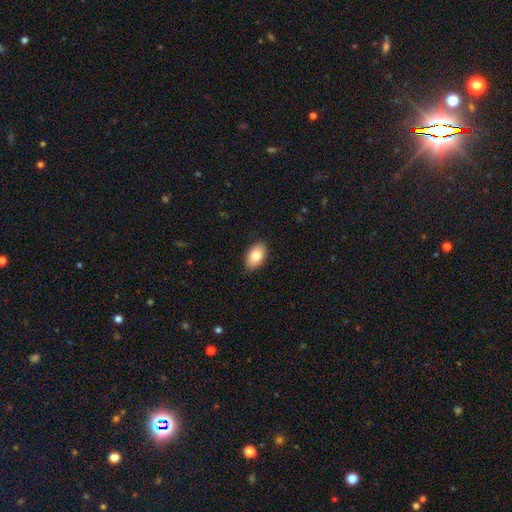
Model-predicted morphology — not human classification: Smooth or featured?
  - smooth: 84% *
  - featured or disk: 10%
  - star or artifact: 7%
How rounded?
  - in between: 94% *
  - round: 5%
  - cigar-shaped: 2%
Merging?
  - none: 88% *
  - minor disturbance: 9%
  - major disturbance: 2%
  - merger: 1%